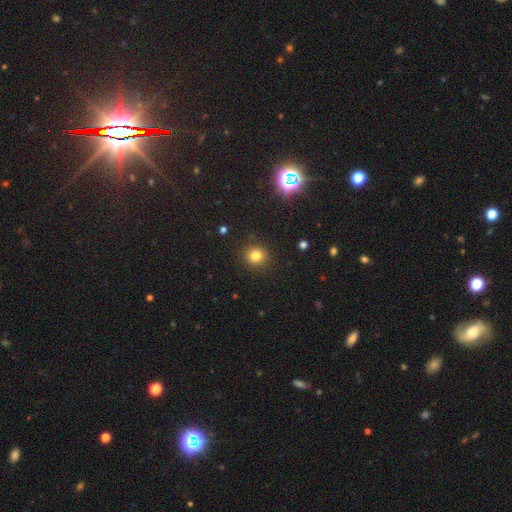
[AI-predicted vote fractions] Smooth or featured: smooth — 79% (star or artifact — 15%)
How rounded: round — 91% (in between — 8%)
Merging: none — 91% (minor disturbance — 5%)